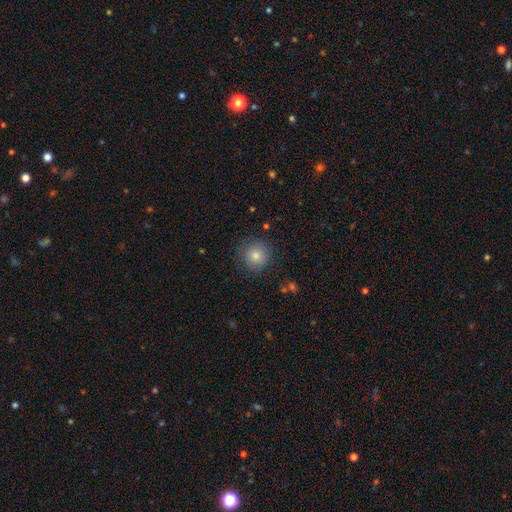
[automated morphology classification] A smooth galaxy with no disk features (80%) that is round (94%).

Vote fractions:
- Smooth or featured? smooth: 80% / star or artifact: 13% / featured or disk: 7%
- How rounded? round: 94% / in between: 5% / cigar-shaped: 1%
- Merging? none: 88% / minor disturbance: 8% / major disturbance: 2% / merger: 1%